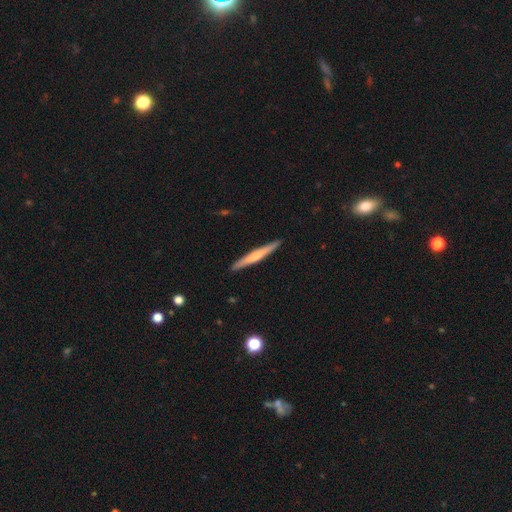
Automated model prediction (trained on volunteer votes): Overall: featured or disk (48%; smooth 47%). Merging: none (91%).